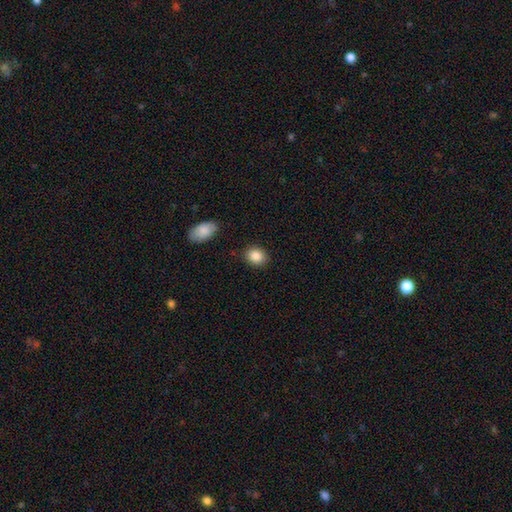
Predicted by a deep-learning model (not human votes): The model was most divided on "how rounded": round: 52%, in between: 47%, cigar-shaped: 1%. More confident: smooth or featured — smooth (87%); merging — none (87%).